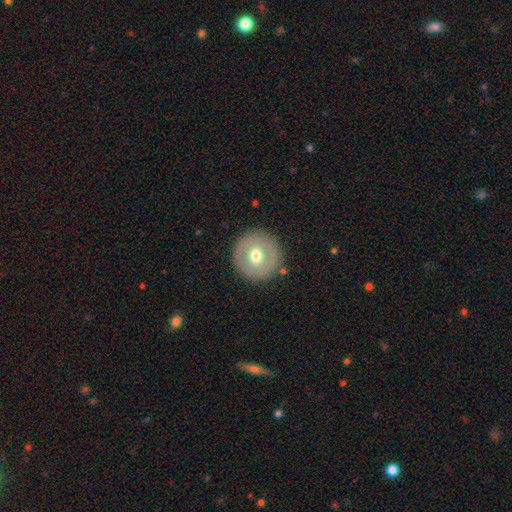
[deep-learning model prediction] The model was most divided on "smooth or featured": smooth: 54%, featured or disk: 39%, star or artifact: 7%. More confident: how rounded — round (95%); merging — none (88%).